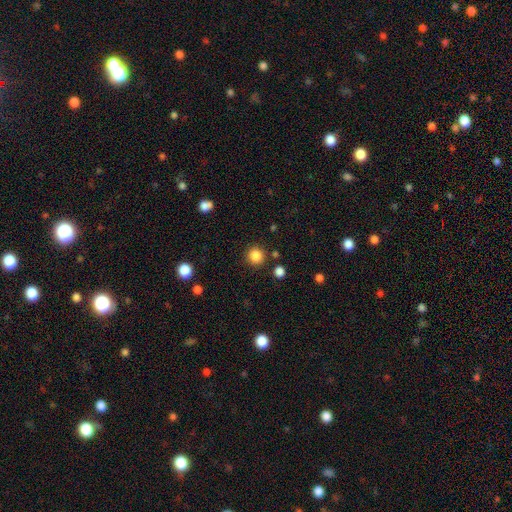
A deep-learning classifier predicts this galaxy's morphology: Smooth or featured: smooth — 86% (star or artifact — 11%)
How rounded: round — 93% (in between — 6%)
Merging: none — 89% (minor disturbance — 6%)